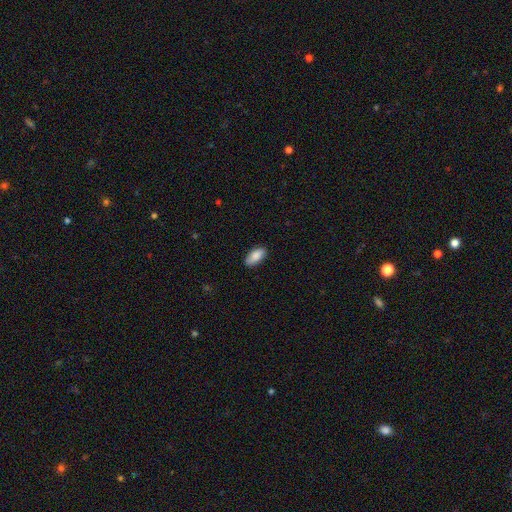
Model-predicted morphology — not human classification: Smooth or featured: smooth — 87% (featured or disk — 7%)
How rounded: in between — 92% (cigar-shaped — 6%)
Merging: none — 85% (minor disturbance — 11%)